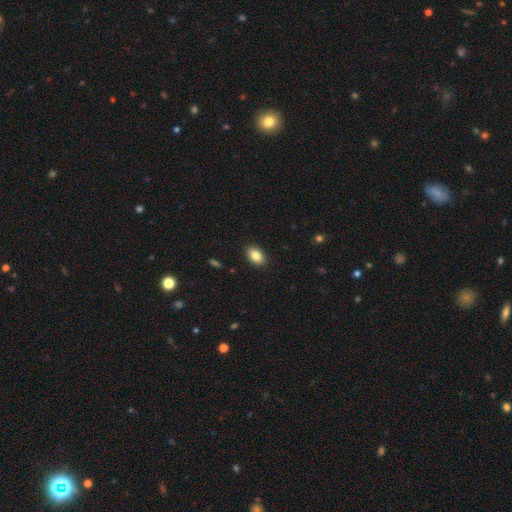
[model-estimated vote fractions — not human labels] Smooth or featured?
  - smooth: 86% *
  - star or artifact: 8%
  - featured or disk: 7%
How rounded?
  - in between: 87% *
  - round: 11%
  - cigar-shaped: 1%
Merging?
  - none: 90% *
  - minor disturbance: 8%
  - major disturbance: 2%
  - merger: 1%